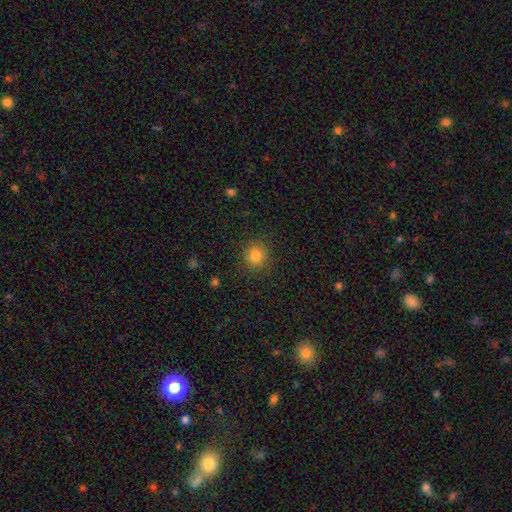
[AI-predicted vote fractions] Smooth or featured? smooth (82%)
How rounded? round (88%)
Merging? none (86%)